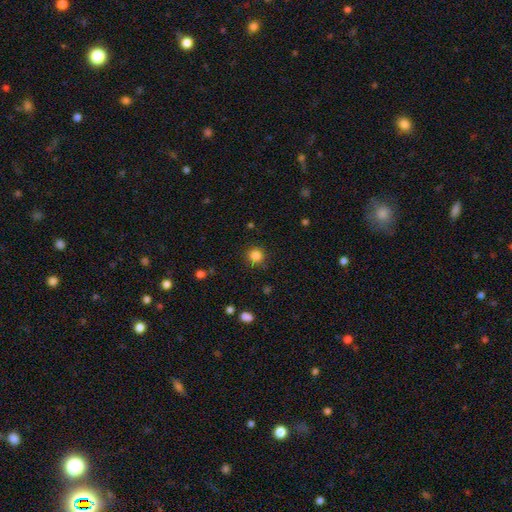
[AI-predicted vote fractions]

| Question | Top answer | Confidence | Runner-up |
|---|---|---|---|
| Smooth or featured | smooth | 84% | star or artifact (12%) |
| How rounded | round | 93% | in between (6%) |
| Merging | none | 88% | minor disturbance (8%) |